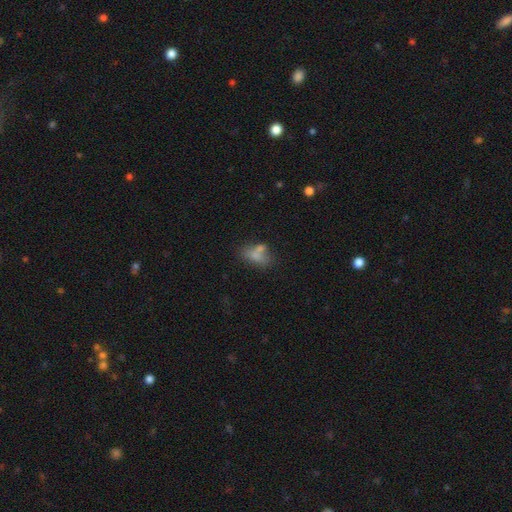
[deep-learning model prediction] smooth 64%, featured or disk 19%, star or artifact 17%. Down the decision tree: how rounded — in between (76%); merging — none (47%).